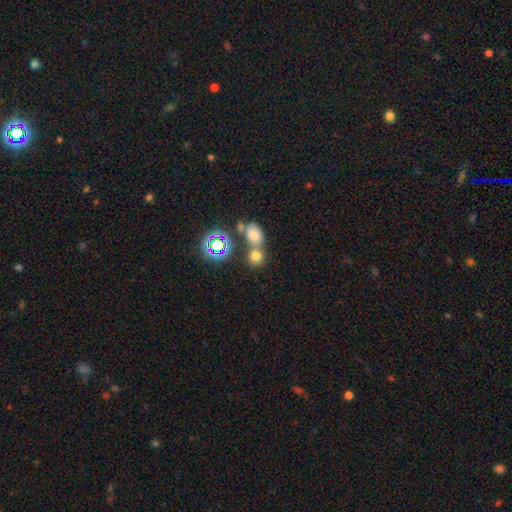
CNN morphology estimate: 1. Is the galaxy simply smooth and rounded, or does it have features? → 70% smooth, 21% star or artifact, 9% featured or disk.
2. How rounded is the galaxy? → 71% round, 28% in between, 1% cigar-shaped.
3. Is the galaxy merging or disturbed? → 50% none, 37% merger, 8% minor disturbance, 4% major disturbance.